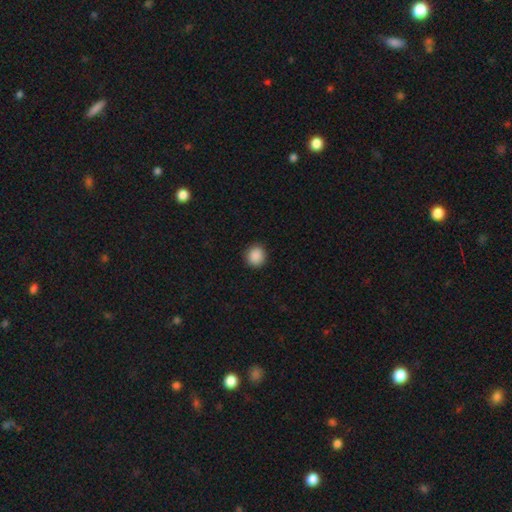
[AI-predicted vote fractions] Smooth or featured? smooth (89%)
How rounded? round (90%)
Merging? none (91%)